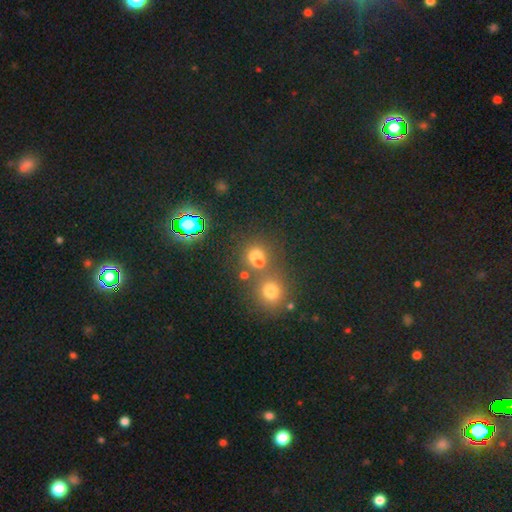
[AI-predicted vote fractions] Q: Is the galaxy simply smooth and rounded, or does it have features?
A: smooth — 60%.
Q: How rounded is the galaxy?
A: round — 67%.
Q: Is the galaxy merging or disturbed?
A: none — 46%.